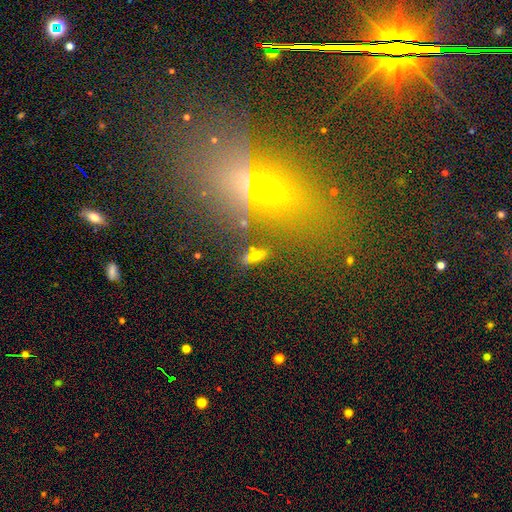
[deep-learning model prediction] This appears to be a smooth galaxy with no disk features (54%) that is in between round and cigar-shaped (72%). Merging: none (65%).